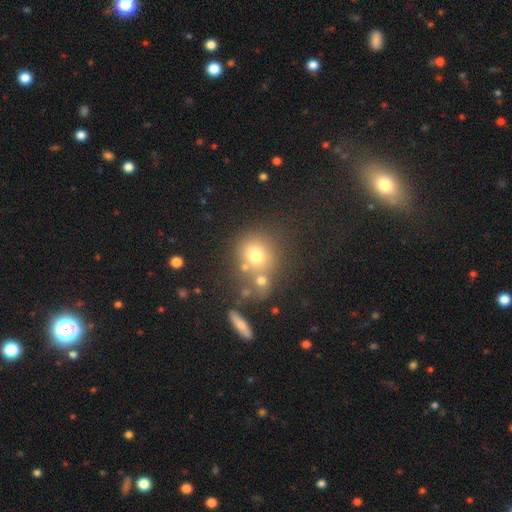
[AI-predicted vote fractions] The model was most divided on "merging": none: 57%, merger: 26%, minor disturbance: 11%, major disturbance: 6%. More confident: how rounded — round (83%); smooth or featured — smooth (70%).